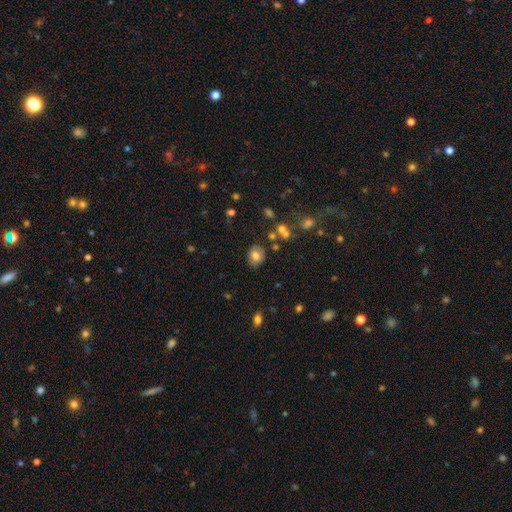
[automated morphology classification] This appears to be a smooth galaxy with no disk features (75%) that is round (57%). Merging: none (79%).